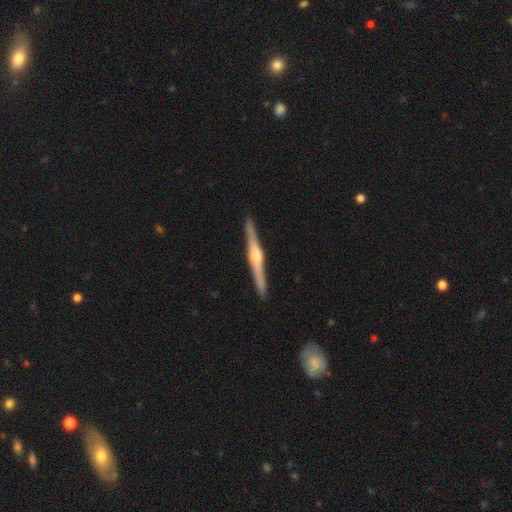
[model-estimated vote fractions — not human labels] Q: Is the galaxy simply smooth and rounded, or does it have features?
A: featured or disk — 81%.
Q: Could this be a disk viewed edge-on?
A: yes — 98%.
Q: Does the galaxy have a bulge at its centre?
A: rounded — 87%.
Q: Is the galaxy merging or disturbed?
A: none — 92%.